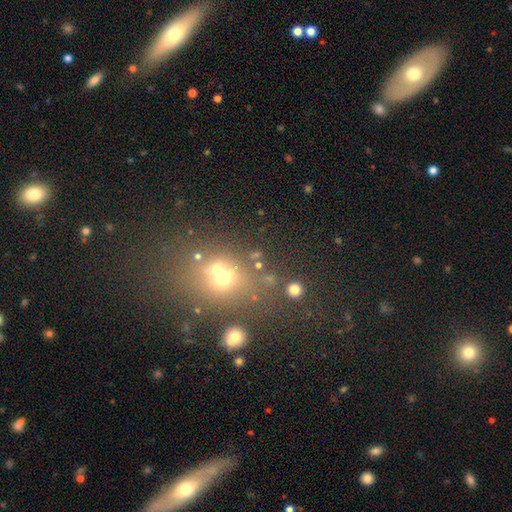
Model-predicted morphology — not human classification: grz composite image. It shows a smooth galaxy with no disk features (50%) that is round (58%). Merging: none (49%).